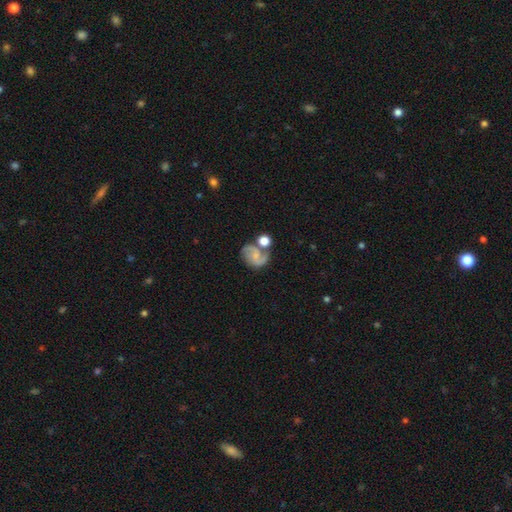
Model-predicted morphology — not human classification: Overall: featured or disk (70%). Edge-on disk: no (98%). Bar: no (58%; weak 35%). Spiral arms: yes (93%). Spiral arm count: 2 (85%). Spiral winding: medium (49%; loose 34%). Bulge size: small (57%; moderate 20%). Merging: none (51%; merger 22%).